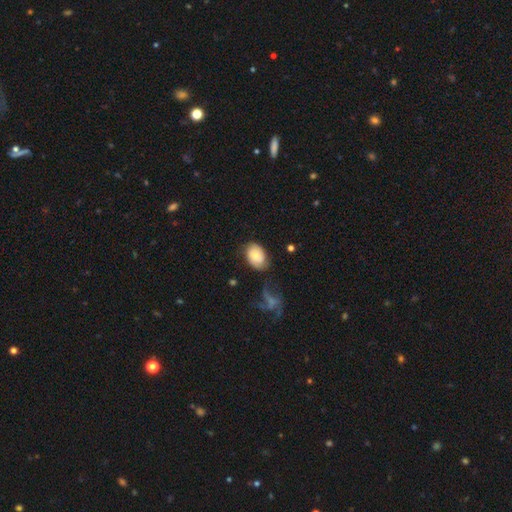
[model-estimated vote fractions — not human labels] Smooth or featured? Predicted: smooth (p=0.75). How rounded? Predicted: in between (p=0.78). Merging? Predicted: none (p=0.62).